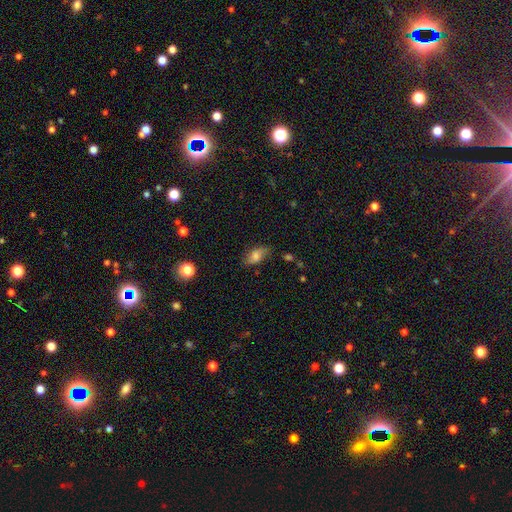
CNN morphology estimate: A smooth galaxy with no disk features (69%) that is in between round and cigar-shaped (87%). Merging: none (70%).